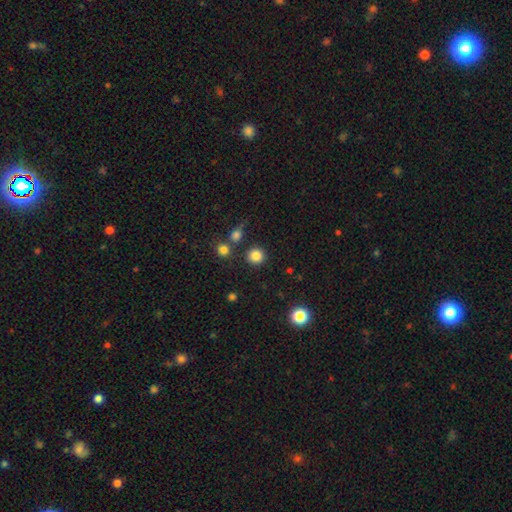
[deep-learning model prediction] Q: Smooth or featured?
A: smooth (84%); runner-up: star or artifact (11%)
Q: How rounded?
A: round (92%); runner-up: in between (7%)
Q: Merging?
A: none (85%); runner-up: minor disturbance (7%)